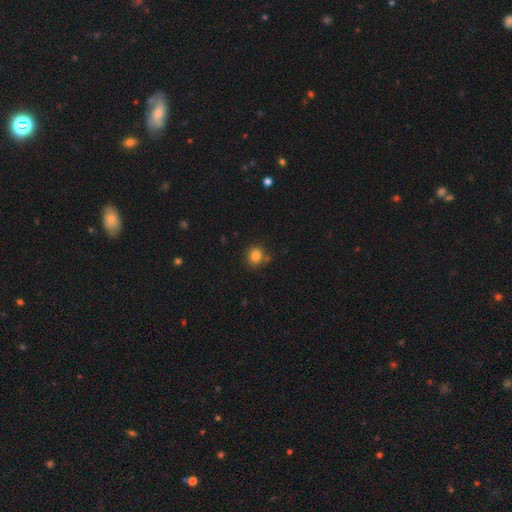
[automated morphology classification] A smooth galaxy with no disk features (83%) that is round (83%).

Vote fractions:
- Smooth or featured? smooth: 83% / star or artifact: 11% / featured or disk: 6%
- How rounded? round: 83% / in between: 16% / cigar-shaped: 1%
- Merging? none: 79% / minor disturbance: 11% / merger: 7% / major disturbance: 3%